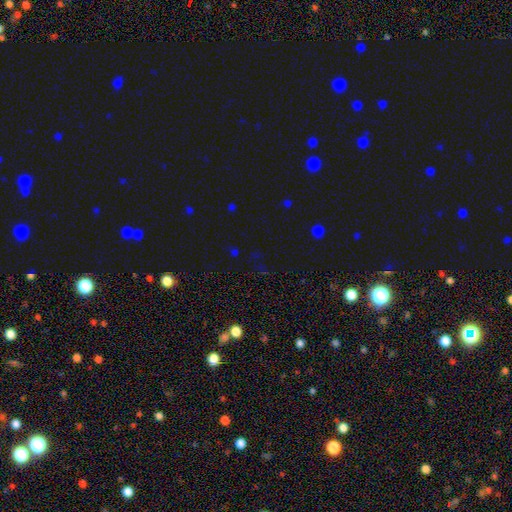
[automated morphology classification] smooth-or-featured: star or artifact: 64% | smooth: 29% | featured or disk: 8%